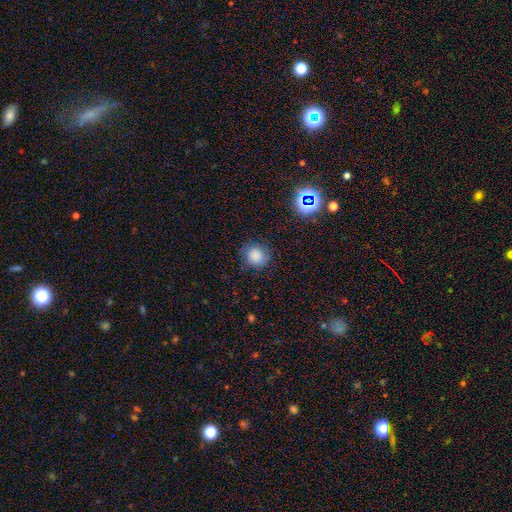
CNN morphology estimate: Overall: smooth (80%). How rounded: round (87%). Merging: none (82%).